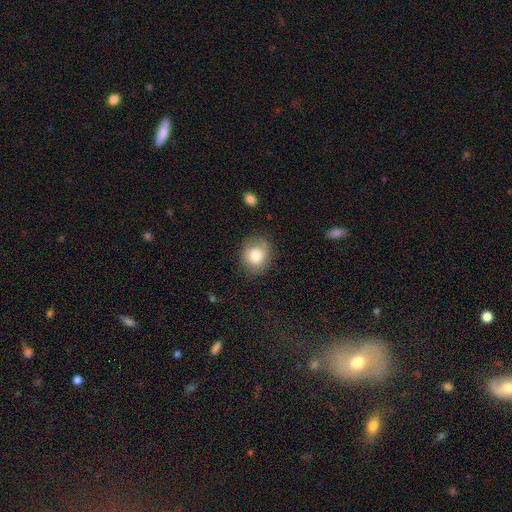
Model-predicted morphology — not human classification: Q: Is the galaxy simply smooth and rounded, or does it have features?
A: smooth — 80%.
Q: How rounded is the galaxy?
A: round — 72%.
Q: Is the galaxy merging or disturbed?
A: none — 70%.